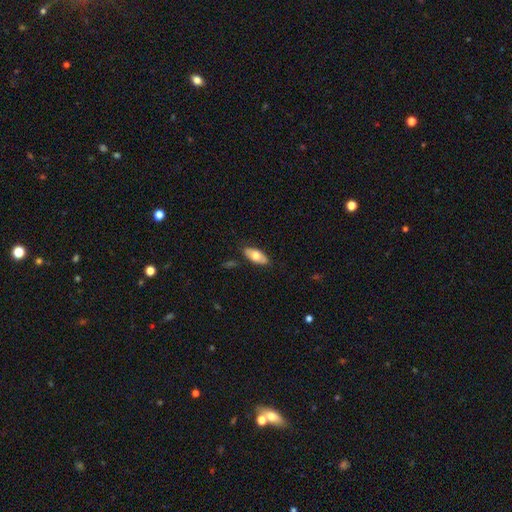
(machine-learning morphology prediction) Smooth or featured?
  - smooth: 64% *
  - featured or disk: 30%
  - star or artifact: 6%
How rounded?
  - in between: 88% *
  - cigar-shaped: 9%
  - round: 3%
Merging?
  - none: 84% *
  - minor disturbance: 12%
  - major disturbance: 2%
  - merger: 2%